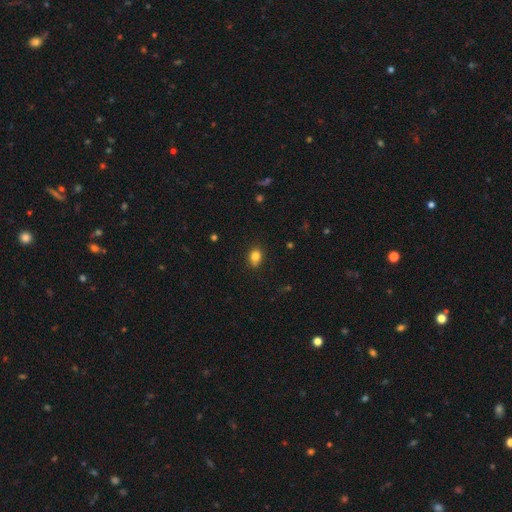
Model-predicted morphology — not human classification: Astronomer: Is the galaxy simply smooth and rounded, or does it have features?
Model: smooth — 83%.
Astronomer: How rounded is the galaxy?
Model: in between — 59% (runner-up: round, 40%).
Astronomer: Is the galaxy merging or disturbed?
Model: none — 81%.